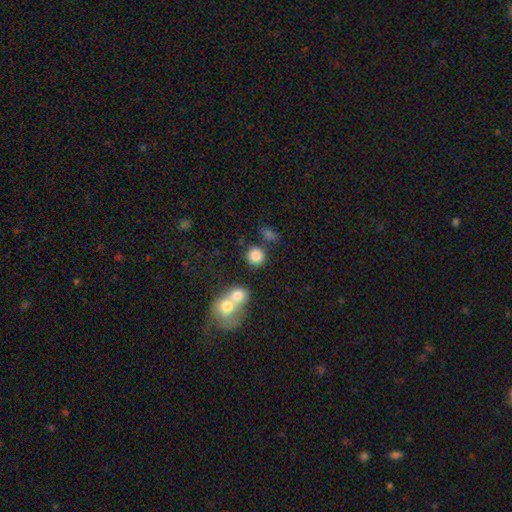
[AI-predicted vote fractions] This is clearly a smooth galaxy (84%). How rounded: clearly round (89%). Merging: likely none (71%).